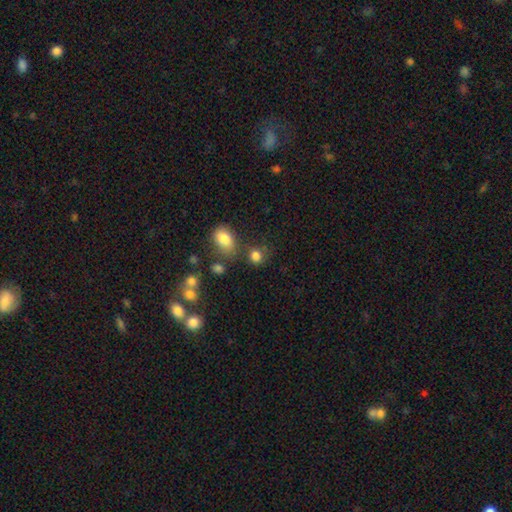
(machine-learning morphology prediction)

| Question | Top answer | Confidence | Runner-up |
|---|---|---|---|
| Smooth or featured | smooth | 82% | star or artifact (13%) |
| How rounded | round | 74% | in between (25%) |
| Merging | none | 65% | minor disturbance (14%) |